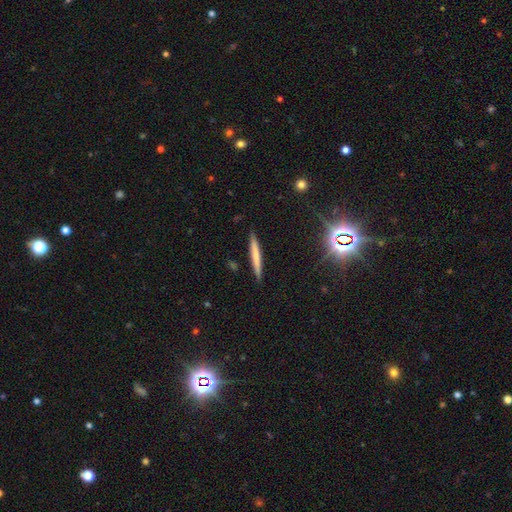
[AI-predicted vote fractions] Smooth or featured?
  - smooth: 61% *
  - featured or disk: 30%
  - star or artifact: 9%
How rounded?
  - cigar-shaped: 96% *
  - in between: 3%
  - round: 1%
Merging?
  - none: 90% *
  - minor disturbance: 8%
  - major disturbance: 2%
  - merger: 1%